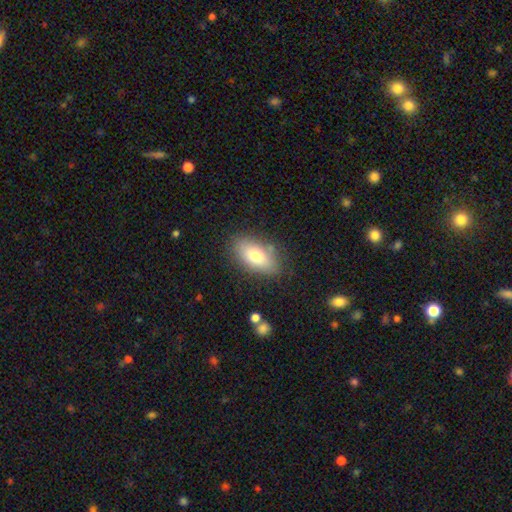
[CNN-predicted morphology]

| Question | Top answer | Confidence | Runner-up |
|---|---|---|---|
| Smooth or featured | smooth | 76% | featured or disk (17%) |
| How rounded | in between | 89% | cigar-shaped (7%) |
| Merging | none | 81% | minor disturbance (13%) |